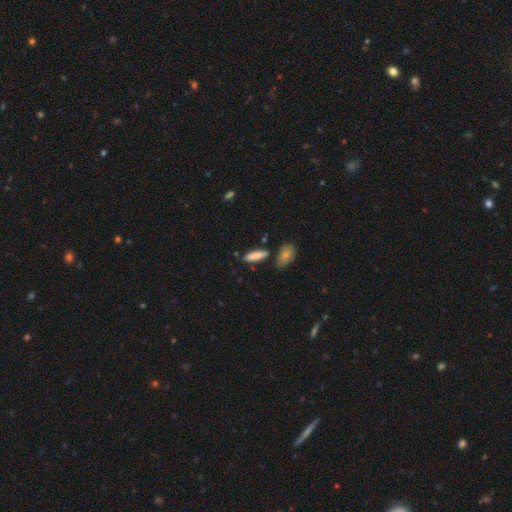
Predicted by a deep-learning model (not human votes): This appears to be a smooth galaxy with no disk features (84%) that is cigar-shaped (57%). Merging: none (75%).